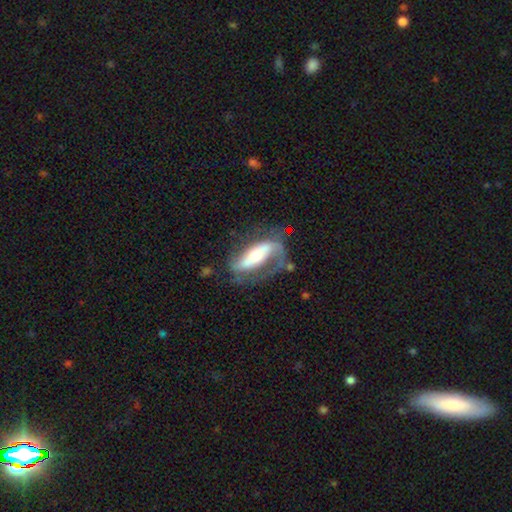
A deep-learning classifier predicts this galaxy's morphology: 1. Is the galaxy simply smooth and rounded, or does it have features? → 75% featured or disk, 19% smooth, 6% star or artifact.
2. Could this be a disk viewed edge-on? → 85% no, 15% yes.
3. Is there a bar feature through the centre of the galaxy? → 49% strong, 29% no, 22% weak.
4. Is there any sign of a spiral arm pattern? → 82% yes, 18% no.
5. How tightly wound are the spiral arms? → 38% medium, 35% loose, 27% tight.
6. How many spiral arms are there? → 67% 2, 21% 1, 10% can't tell, 1% 3, 1% 4, 1% more than 4.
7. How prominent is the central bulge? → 55% moderate, 31% small, 10% large, 2% dominant, 2% none.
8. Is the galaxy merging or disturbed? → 52% none, 22% minor disturbance, 22% major disturbance, 3% merger.